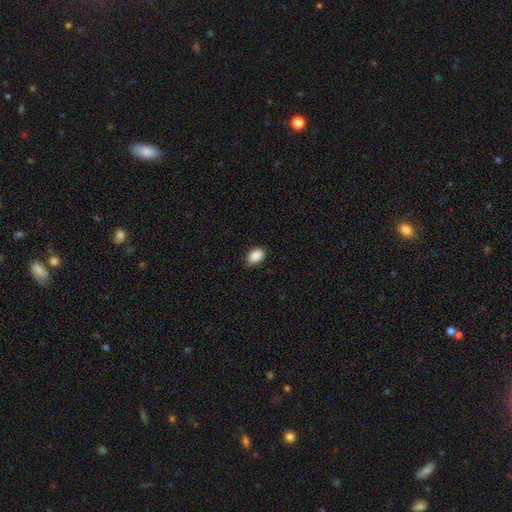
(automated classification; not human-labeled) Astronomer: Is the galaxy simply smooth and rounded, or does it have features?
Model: smooth — 90%.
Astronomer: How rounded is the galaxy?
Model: in between — 87%.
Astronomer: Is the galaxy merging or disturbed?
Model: none — 88%.